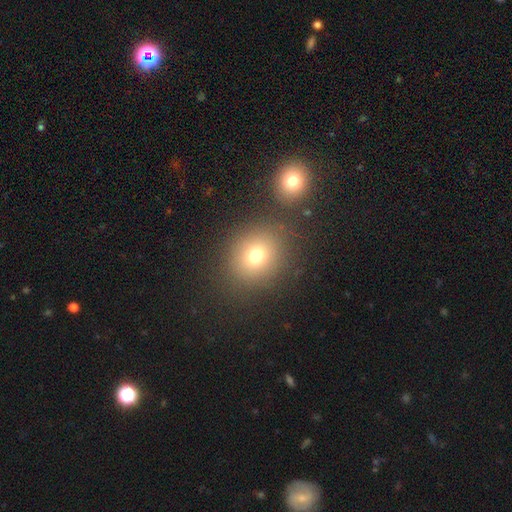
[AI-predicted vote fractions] Smooth or featured?
  - smooth: 75% *
  - star or artifact: 16%
  - featured or disk: 9%
How rounded?
  - round: 71% *
  - in between: 28%
  - cigar-shaped: 1%
Merging?
  - none: 77% *
  - merger: 11%
  - minor disturbance: 9%
  - major disturbance: 4%